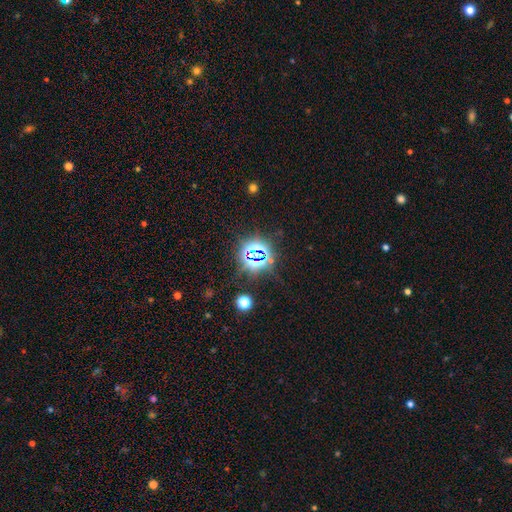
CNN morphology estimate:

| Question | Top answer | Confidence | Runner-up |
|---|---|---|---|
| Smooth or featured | star or artifact | 77% | smooth (15%) |